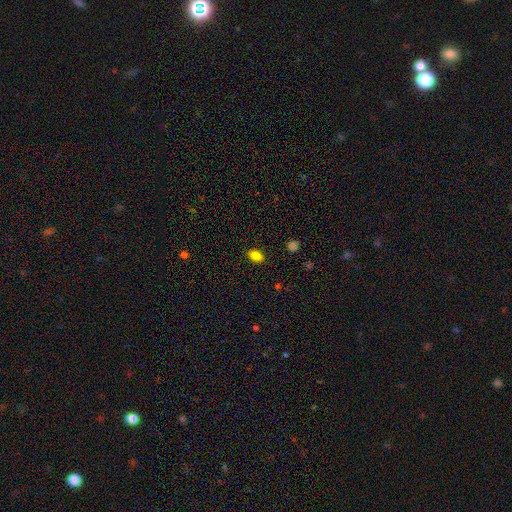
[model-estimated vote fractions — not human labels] Morphology: type=smooth (85%); roundness=in between (85%); merging=none (87%).